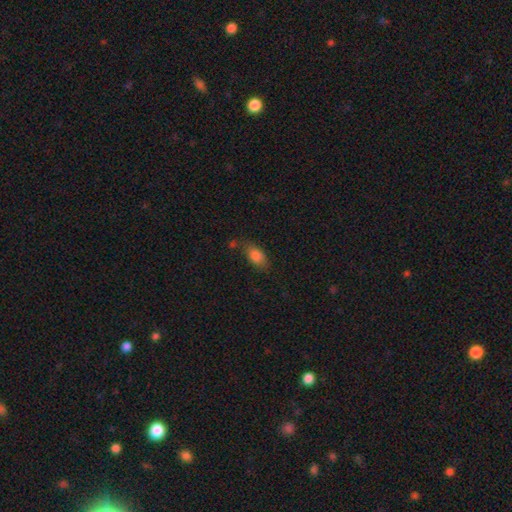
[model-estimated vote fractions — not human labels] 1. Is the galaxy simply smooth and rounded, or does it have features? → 83% smooth, 9% star or artifact, 8% featured or disk.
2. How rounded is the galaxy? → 86% in between, 8% round, 6% cigar-shaped.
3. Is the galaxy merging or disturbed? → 63% none, 23% minor disturbance, 7% major disturbance, 7% merger.